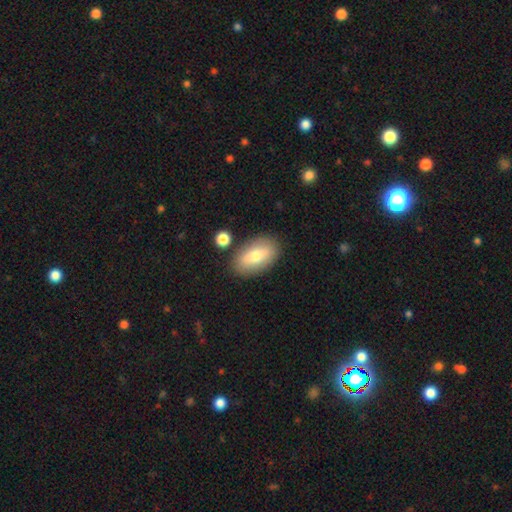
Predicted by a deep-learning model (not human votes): Smooth or featured? Predicted: smooth (p=0.67). How rounded? Predicted: in between (p=0.92). Merging? Predicted: none (p=0.83).